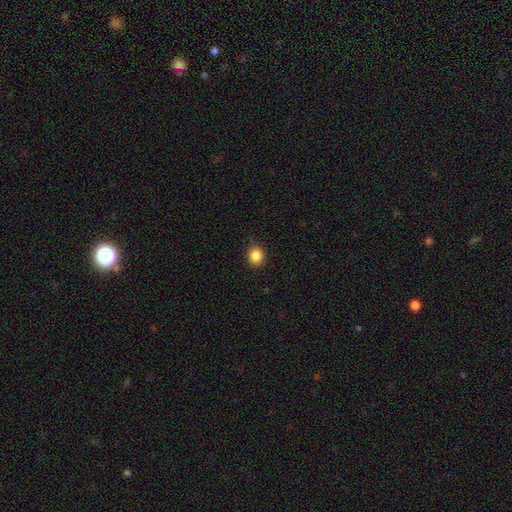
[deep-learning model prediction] Q: Smooth or featured?
A: smooth (86%); runner-up: star or artifact (10%)
Q: How rounded?
A: round (85%); runner-up: in between (14%)
Q: Merging?
A: none (85%); runner-up: minor disturbance (12%)